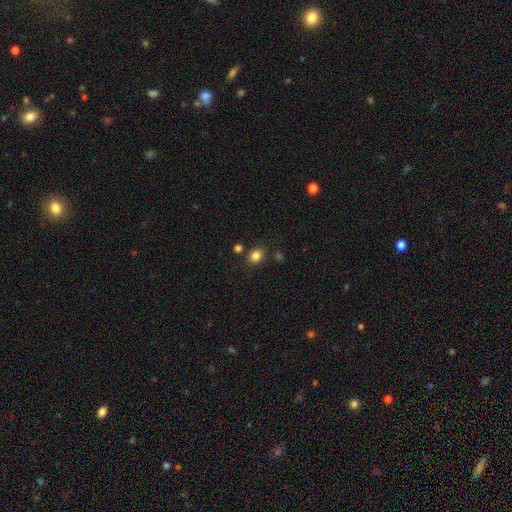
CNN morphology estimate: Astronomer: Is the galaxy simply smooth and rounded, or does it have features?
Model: smooth — 83%.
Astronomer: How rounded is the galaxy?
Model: round — 60% (runner-up: in between, 39%).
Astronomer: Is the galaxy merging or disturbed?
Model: none — 79%.